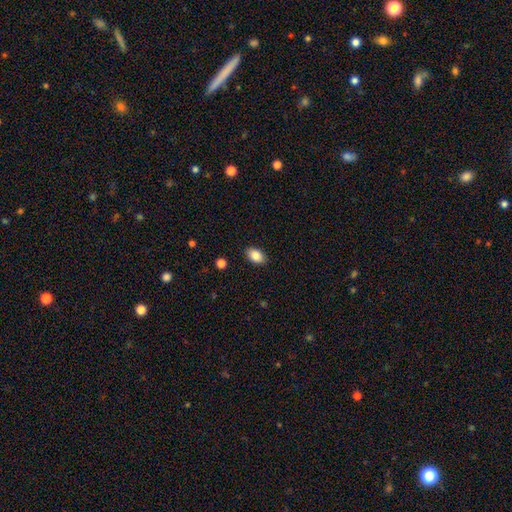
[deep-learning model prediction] Morphology: type=smooth (86%); roundness=in between (89%); merging=none (88%).